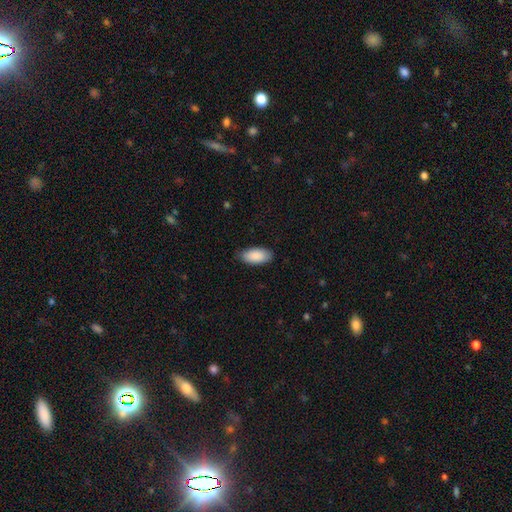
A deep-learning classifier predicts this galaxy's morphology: Smooth or featured?
  - smooth: 90% *
  - star or artifact: 6%
  - featured or disk: 5%
How rounded?
  - in between: 93% *
  - cigar-shaped: 5%
  - round: 2%
Merging?
  - none: 85% *
  - minor disturbance: 12%
  - major disturbance: 2%
  - merger: 1%